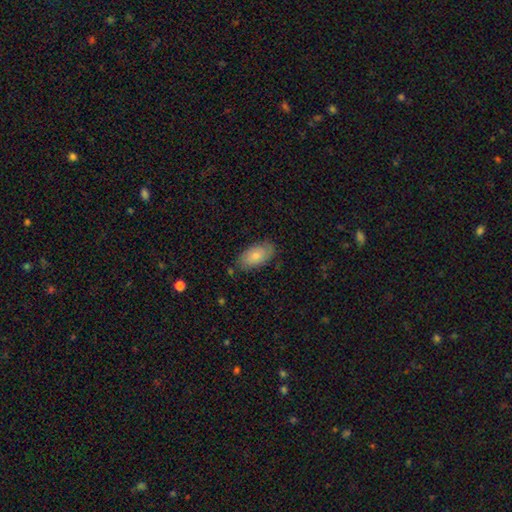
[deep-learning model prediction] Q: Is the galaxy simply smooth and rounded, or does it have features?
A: smooth — 70%.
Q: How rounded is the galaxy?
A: in between — 93%.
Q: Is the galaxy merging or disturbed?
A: none — 76%.